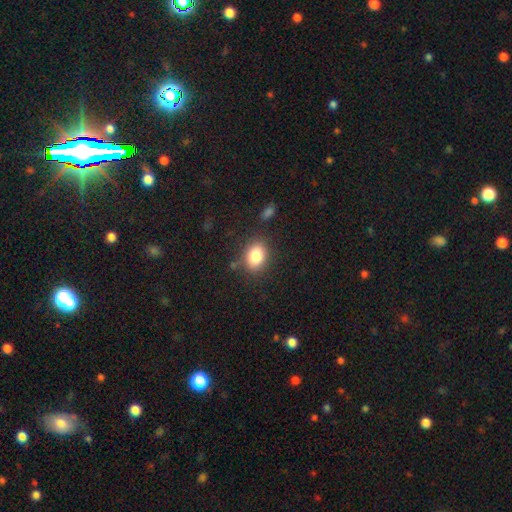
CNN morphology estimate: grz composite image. It shows a smooth galaxy with no disk features (83%) that is in between round and cigar-shaped (70%). Merging: none (80%).